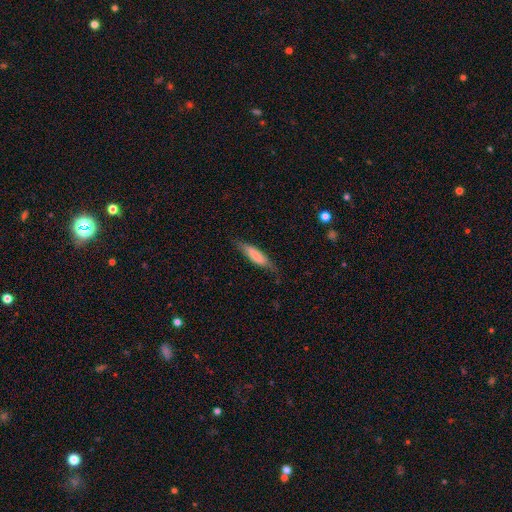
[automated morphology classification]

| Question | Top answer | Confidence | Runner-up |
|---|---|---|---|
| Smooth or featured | smooth | 72% | featured or disk (22%) |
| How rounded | cigar-shaped | 67% | in between (31%) |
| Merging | none | 69% | minor disturbance (23%) |